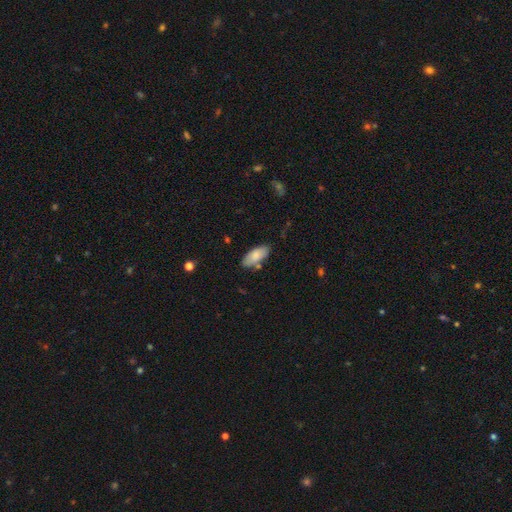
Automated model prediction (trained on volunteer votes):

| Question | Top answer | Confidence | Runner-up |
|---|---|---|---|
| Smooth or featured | smooth | 81% | featured or disk (13%) |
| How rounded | in between | 87% | cigar-shaped (12%) |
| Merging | none | 76% | minor disturbance (16%) |